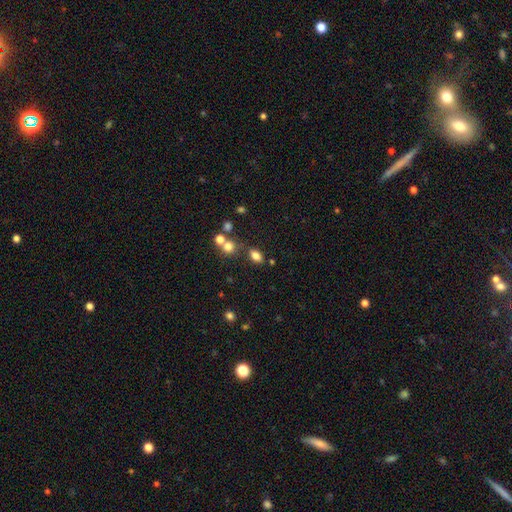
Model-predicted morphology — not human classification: smooth-or-featured: smooth: 78% | star or artifact: 13% | featured or disk: 8%
  how-rounded: in between: 81% | round: 16% | cigar-shaped: 3%
  merging: none: 71% | merger: 13% | minor disturbance: 12% | major disturbance: 4%